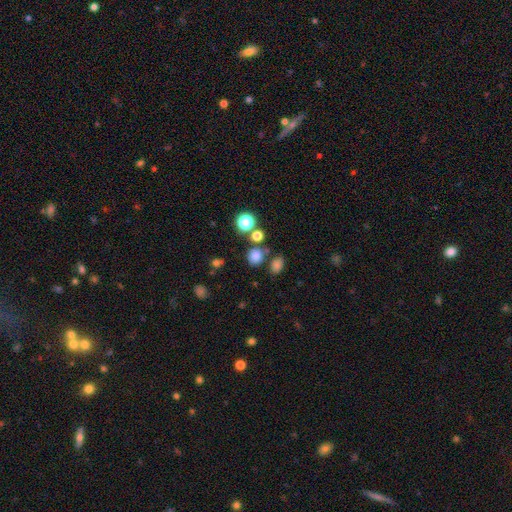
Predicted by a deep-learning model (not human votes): This is likely a smooth galaxy (76%). How rounded: likely round (79%). Merging: likely none (71%).